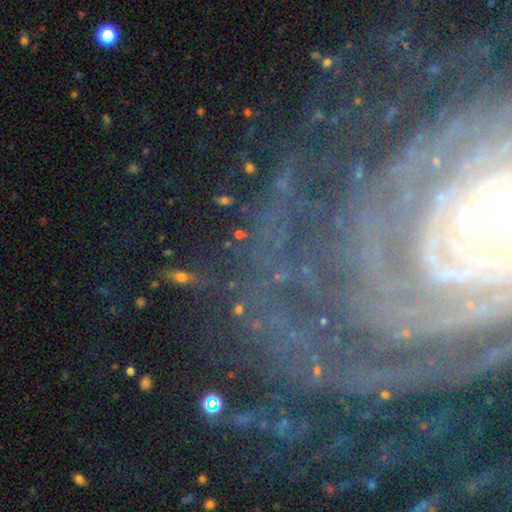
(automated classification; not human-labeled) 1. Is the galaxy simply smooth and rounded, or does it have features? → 71% featured or disk, 18% star or artifact, 11% smooth.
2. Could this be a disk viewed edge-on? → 92% no, 8% yes.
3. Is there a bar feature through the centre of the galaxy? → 36% strong, 34% no, 31% weak.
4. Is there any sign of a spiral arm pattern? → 90% yes, 10% no.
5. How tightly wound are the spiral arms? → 71% tight, 21% medium, 8% loose.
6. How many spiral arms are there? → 25% can't tell, 21% 2, 16% 3, 13% 4, 13% more than 4, 12% 1.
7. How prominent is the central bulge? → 57% small, 27% moderate, 7% none, 6% large, 3% dominant.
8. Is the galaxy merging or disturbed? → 70% none, 14% minor disturbance, 11% major disturbance, 4% merger.